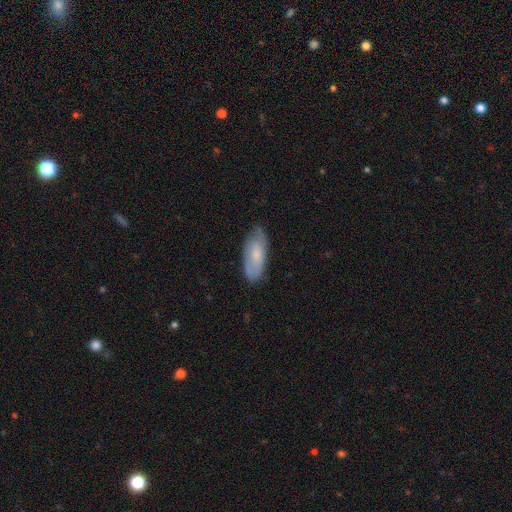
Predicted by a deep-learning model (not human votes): Overall: smooth (56%; featured or disk 37%). How rounded: in between (79%). Merging: none (72%).